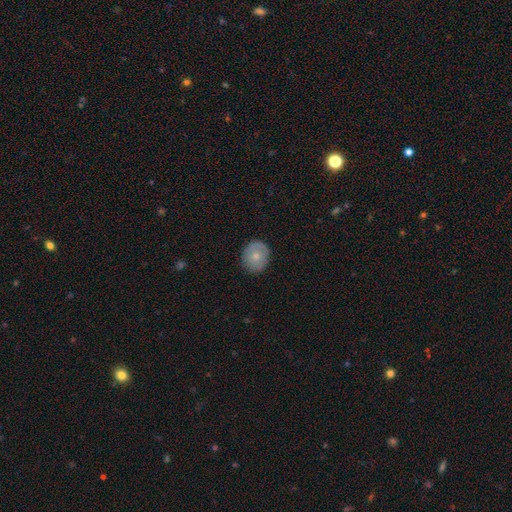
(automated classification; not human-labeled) Q: Smooth or featured?
A: smooth (65%); runner-up: featured or disk (28%)
Q: How rounded?
A: round (77%); runner-up: in between (22%)
Q: Merging?
A: none (82%); runner-up: minor disturbance (13%)